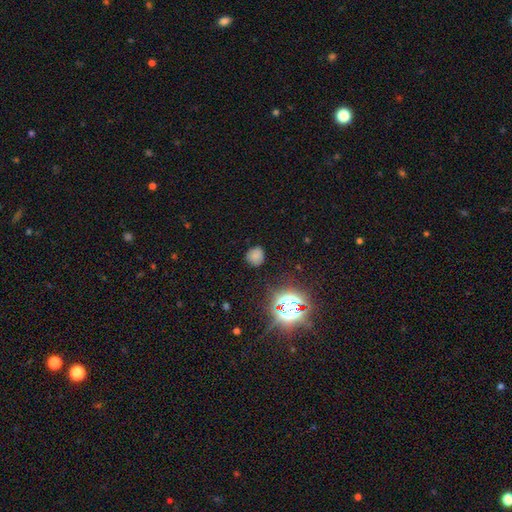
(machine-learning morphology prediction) A smooth galaxy with no disk features (70%) that is round (82%). Merging: none (80%).